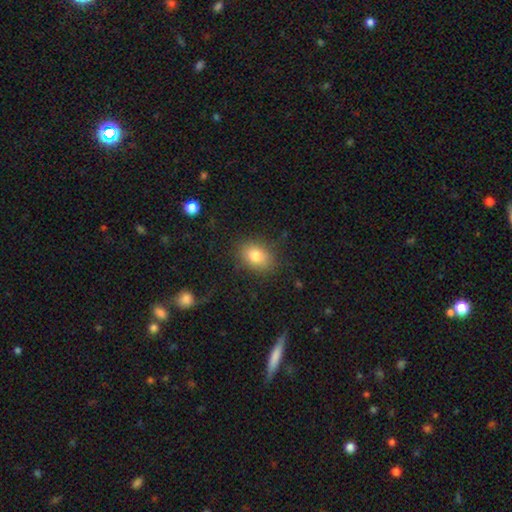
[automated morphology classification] This appears to be a smooth galaxy with no disk features (80%) that is in between round and cigar-shaped (69%). Merging: none (83%).